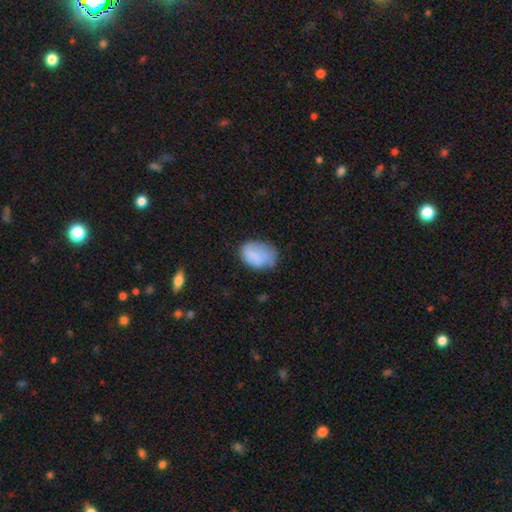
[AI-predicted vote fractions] A smooth galaxy with no disk features (78%) that is in between round and cigar-shaped (81%).

Vote fractions:
- Smooth or featured? smooth: 78% / featured or disk: 15% / star or artifact: 8%
- How rounded? in between: 81% / round: 18% / cigar-shaped: 1%
- Merging? none: 49% / minor disturbance: 34% / major disturbance: 14% / merger: 3%